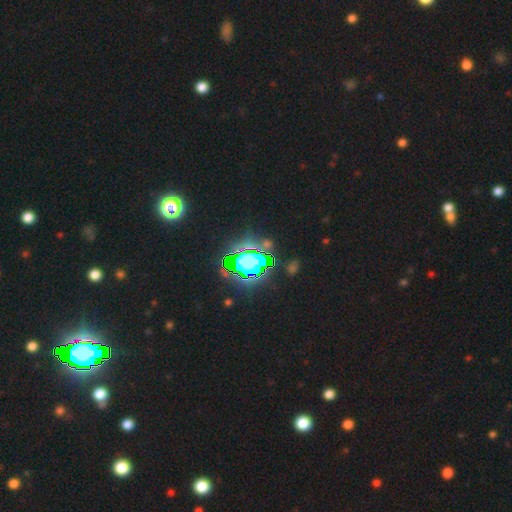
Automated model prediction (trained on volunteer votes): Smooth or featured? star or artifact (79%)